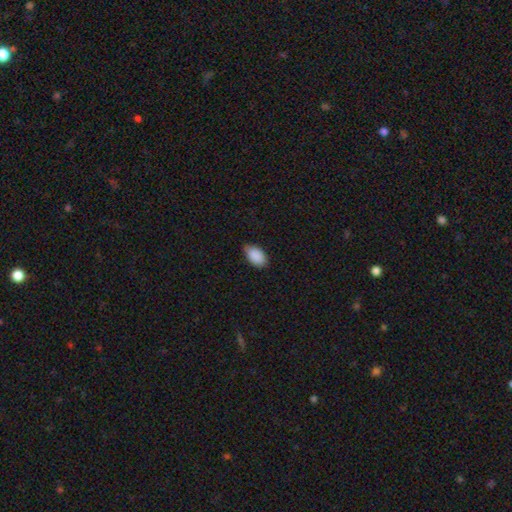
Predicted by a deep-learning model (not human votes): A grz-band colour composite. It shows a smooth galaxy with no disk features (90%) that is in between round and cigar-shaped (94%). Merging: none (75%).